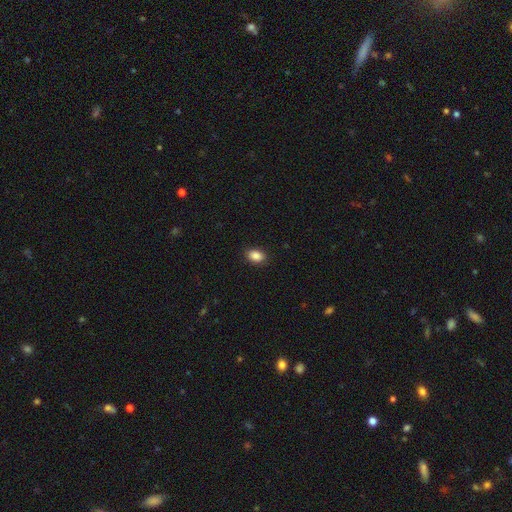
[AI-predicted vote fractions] Smooth or featured? smooth (88%)
How rounded? in between (79%)
Merging? none (90%)